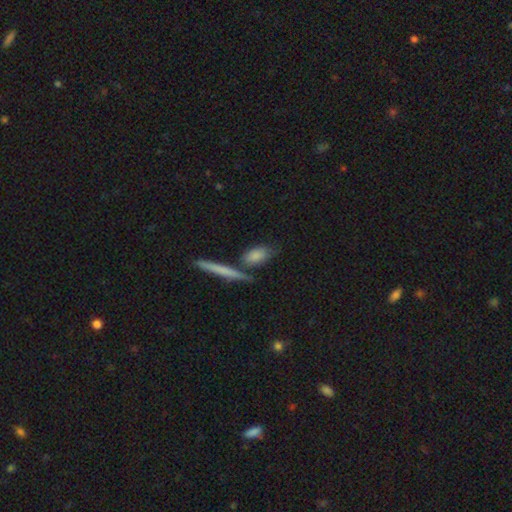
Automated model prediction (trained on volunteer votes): Morphology: type=smooth (78%); roundness=in between (67%); merging=none (62%).